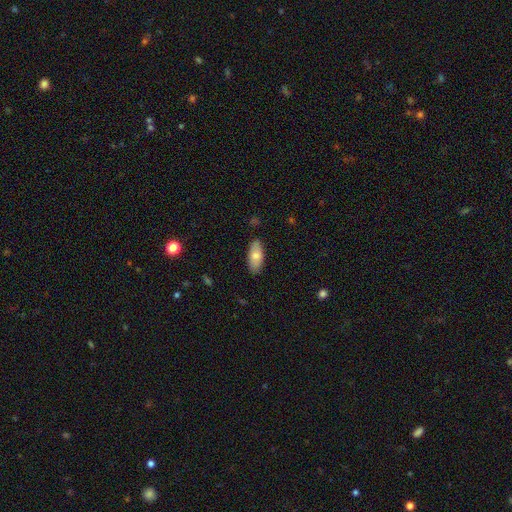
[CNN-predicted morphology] A smooth galaxy with no disk features (75%) that is in between round and cigar-shaped (86%).

Vote fractions:
- Smooth or featured? smooth: 75% / featured or disk: 19% / star or artifact: 6%
- How rounded? in between: 86% / cigar-shaped: 11% / round: 2%
- Merging? none: 84% / minor disturbance: 12% / major disturbance: 2% / merger: 1%